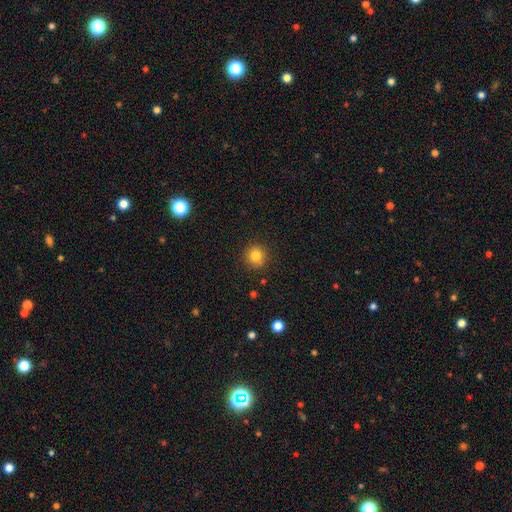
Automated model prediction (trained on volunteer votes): This is clearly a smooth galaxy (82%). How rounded: clearly round (93%). Merging: clearly none (87%).